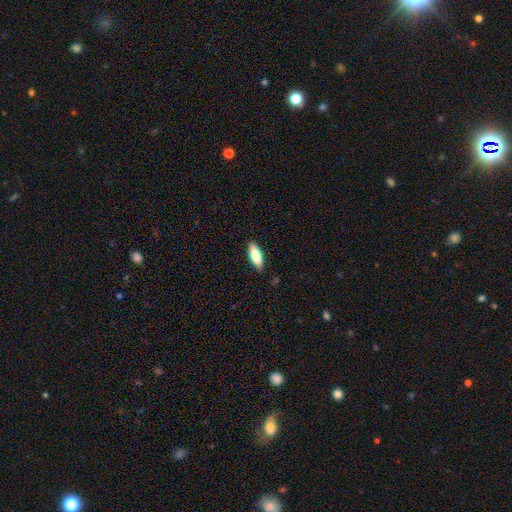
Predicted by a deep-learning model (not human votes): A smooth galaxy with no disk features (70%) that is in between round and cigar-shaped (59%). Merging: none (88%).